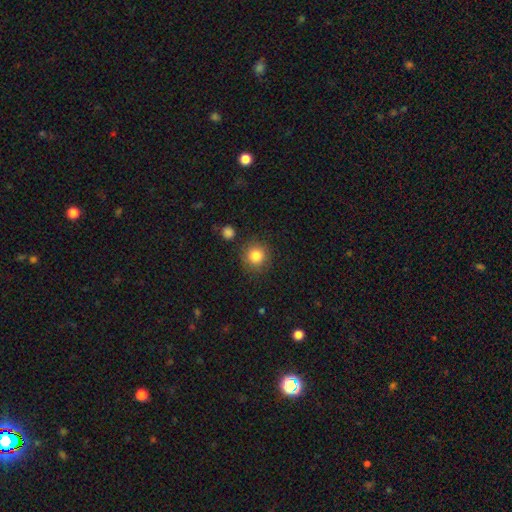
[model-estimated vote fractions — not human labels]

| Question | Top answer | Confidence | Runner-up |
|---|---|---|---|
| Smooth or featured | smooth | 84% | star or artifact (11%) |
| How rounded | round | 92% | in between (7%) |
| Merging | none | 87% | minor disturbance (8%) |